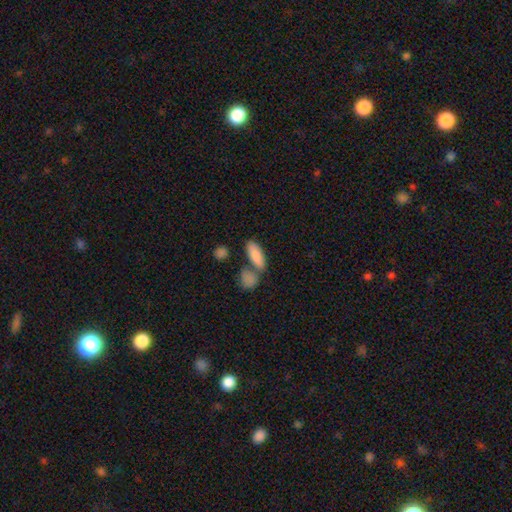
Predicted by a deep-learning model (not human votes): A smooth galaxy with no disk features (86%) that is in between round and cigar-shaped (74%).

Vote fractions:
- Smooth or featured? smooth: 86% / featured or disk: 8% / star or artifact: 7%
- How rounded? in between: 74% / cigar-shaped: 23% / round: 4%
- Merging? none: 56% / merger: 28% / minor disturbance: 12% / major disturbance: 4%